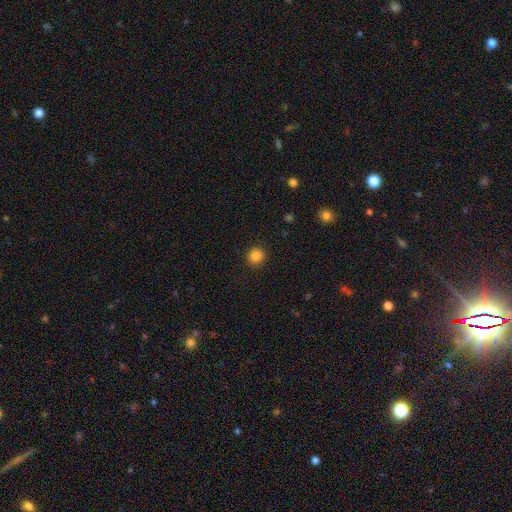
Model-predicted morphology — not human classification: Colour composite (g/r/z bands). It shows a smooth galaxy with no disk features (85%) that is round (92%). Merging: none (91%).